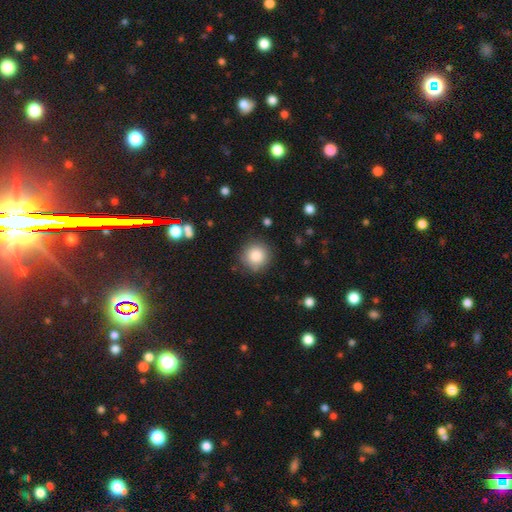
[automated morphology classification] Smooth or featured?
  - smooth: 85% *
  - star or artifact: 9%
  - featured or disk: 5%
How rounded?
  - round: 94% *
  - in between: 6%
  - cigar-shaped: 1%
Merging?
  - none: 86% *
  - minor disturbance: 9%
  - major disturbance: 3%
  - merger: 2%